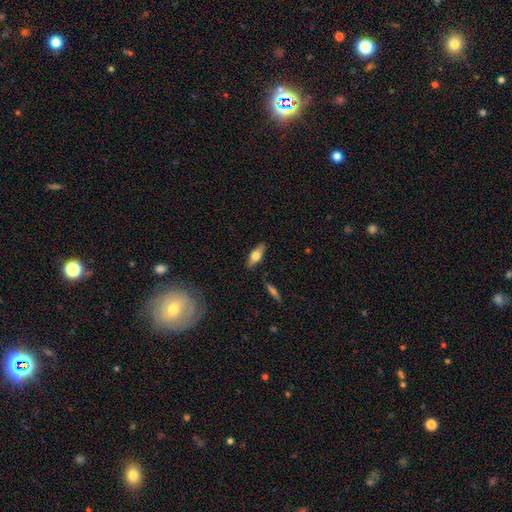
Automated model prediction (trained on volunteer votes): Smooth or featured? Predicted: smooth (p=0.58). How rounded? Predicted: in between (p=0.68). Merging? Predicted: none (p=0.85).